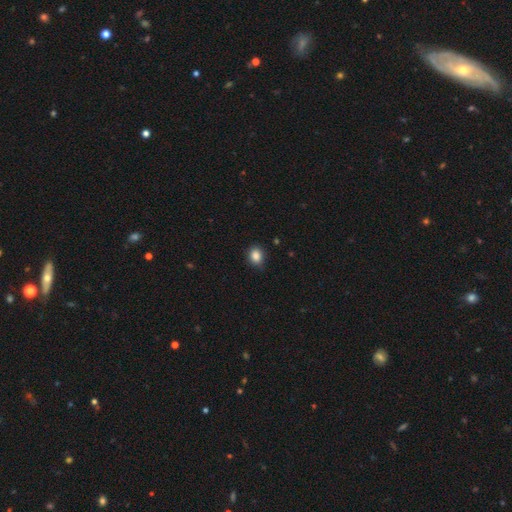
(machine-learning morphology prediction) Smooth or featured?
  - smooth: 86% *
  - star or artifact: 10%
  - featured or disk: 4%
How rounded?
  - round: 59% *
  - in between: 40%
  - cigar-shaped: 1%
Merging?
  - none: 83% *
  - minor disturbance: 13%
  - major disturbance: 2%
  - merger: 1%